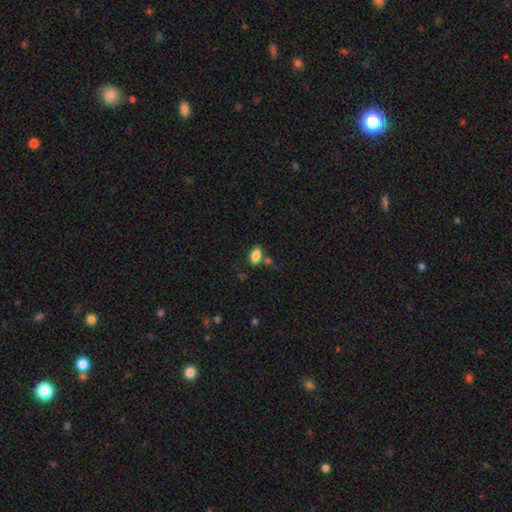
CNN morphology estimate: Q: Smooth or featured?
A: smooth (84%); runner-up: star or artifact (8%)
Q: How rounded?
A: in between (91%); runner-up: round (5%)
Q: Merging?
A: none (69%); runner-up: minor disturbance (14%)